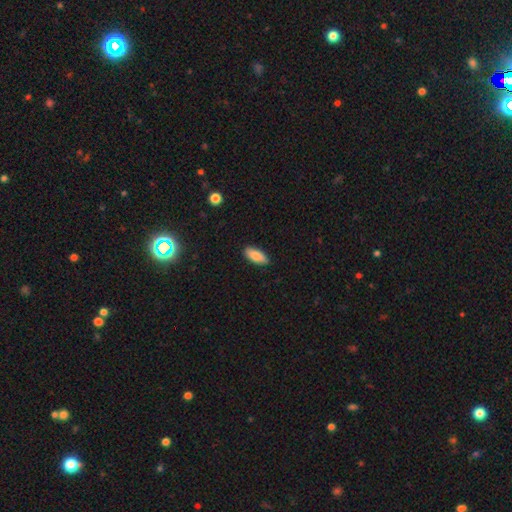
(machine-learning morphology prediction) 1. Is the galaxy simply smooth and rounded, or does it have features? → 85% smooth, 8% featured or disk, 6% star or artifact.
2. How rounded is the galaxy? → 84% in between, 14% cigar-shaped, 2% round.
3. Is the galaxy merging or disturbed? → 88% none, 10% minor disturbance, 2% major disturbance, 1% merger.